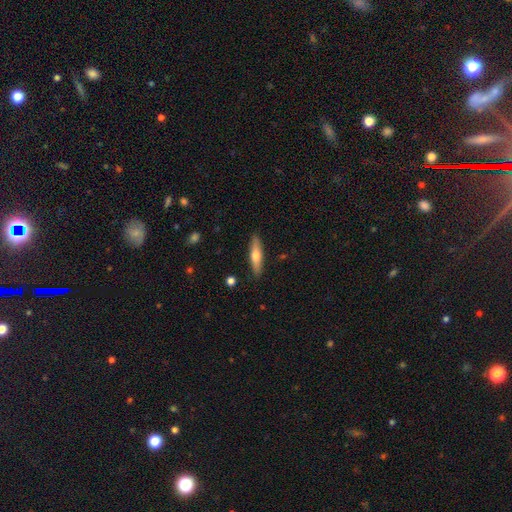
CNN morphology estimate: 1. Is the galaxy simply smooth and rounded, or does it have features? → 56% smooth, 38% featured or disk, 6% star or artifact.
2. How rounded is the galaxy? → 77% cigar-shaped, 21% in between, 2% round.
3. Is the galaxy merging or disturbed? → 89% none, 8% minor disturbance, 2% major disturbance, 1% merger.